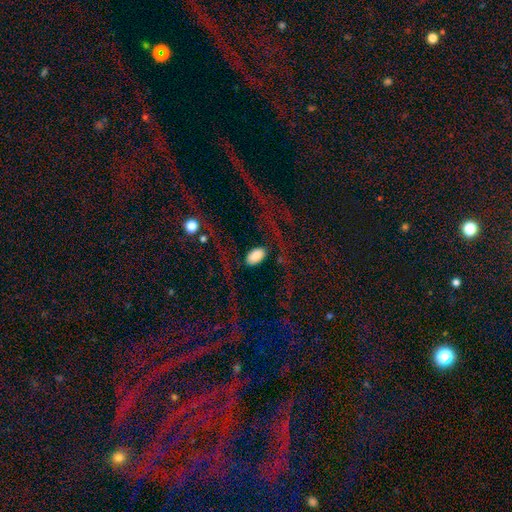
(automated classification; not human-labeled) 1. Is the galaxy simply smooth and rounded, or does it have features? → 71% smooth, 15% star or artifact, 14% featured or disk.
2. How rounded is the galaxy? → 90% in between, 8% round, 2% cigar-shaped.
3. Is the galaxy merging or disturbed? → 74% none, 13% minor disturbance, 10% major disturbance, 3% merger.